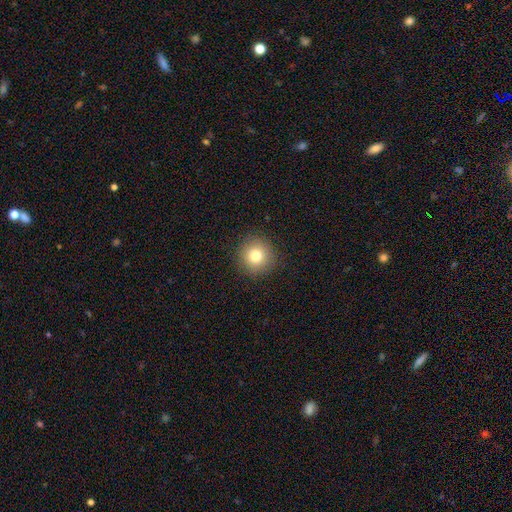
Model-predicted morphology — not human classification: smooth-or-featured: smooth: 81% | star or artifact: 11% | featured or disk: 8%
  how-rounded: round: 94% | in between: 5% | cigar-shaped: 1%
  merging: none: 91% | minor disturbance: 6% | major disturbance: 2% | merger: 1%